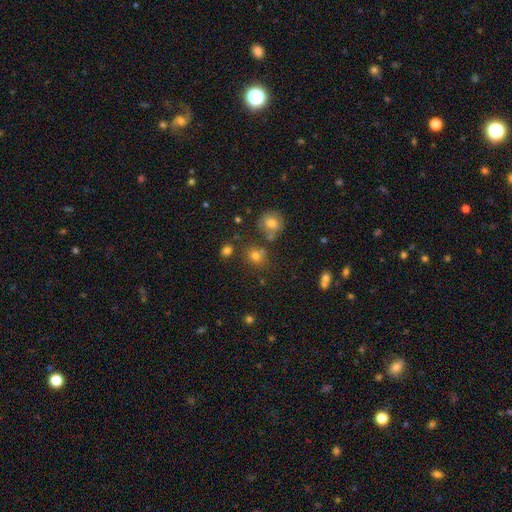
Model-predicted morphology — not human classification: smooth_or_featured: smooth (p=0.74) [alt: star or artifact p=0.18]
how_rounded: round (p=0.71) [alt: in between p=0.28]
merging: none (p=0.68) [alt: merger p=0.14]